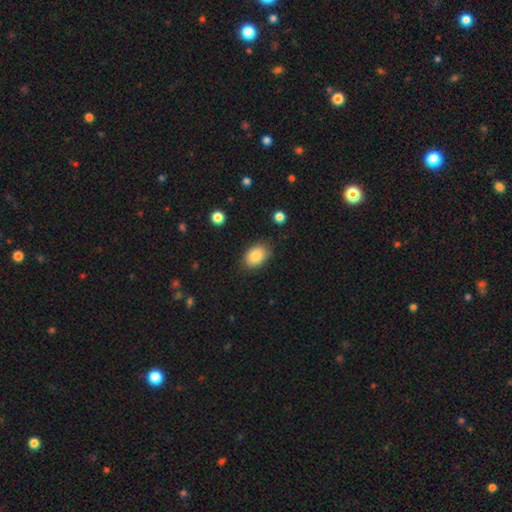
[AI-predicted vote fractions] smooth 86%, star or artifact 8%, featured or disk 6%. Down the decision tree: how rounded — in between (85%); merging — none (81%).